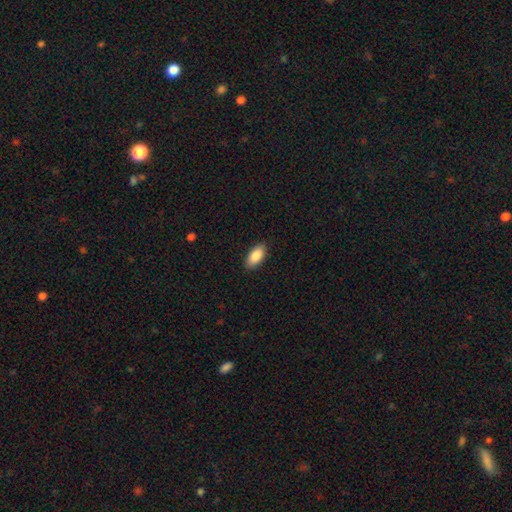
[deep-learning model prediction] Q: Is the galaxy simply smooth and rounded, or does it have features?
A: smooth — 89%.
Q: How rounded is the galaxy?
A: in between — 91%.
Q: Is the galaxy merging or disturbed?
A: none — 88%.